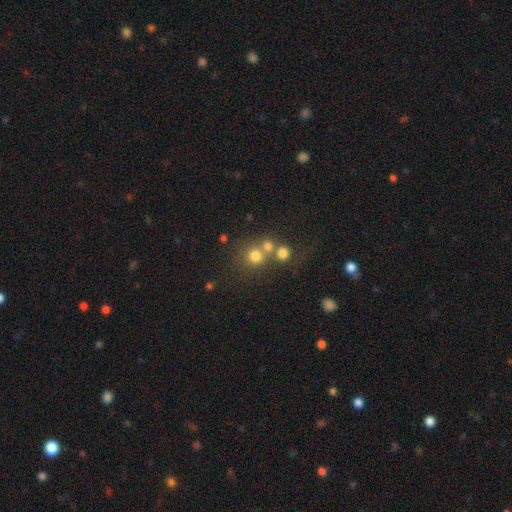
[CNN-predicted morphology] Smooth or featured? smooth (72%)
How rounded? round (88%)
Merging? none (52%)